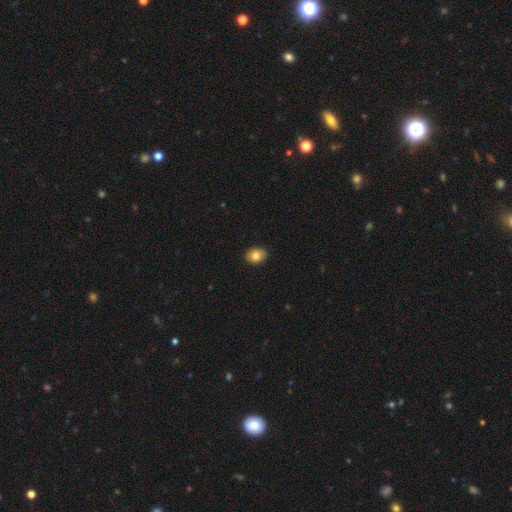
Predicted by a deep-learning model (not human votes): Smooth or featured? smooth (82%)
How rounded? in between (62%)
Merging? none (90%)